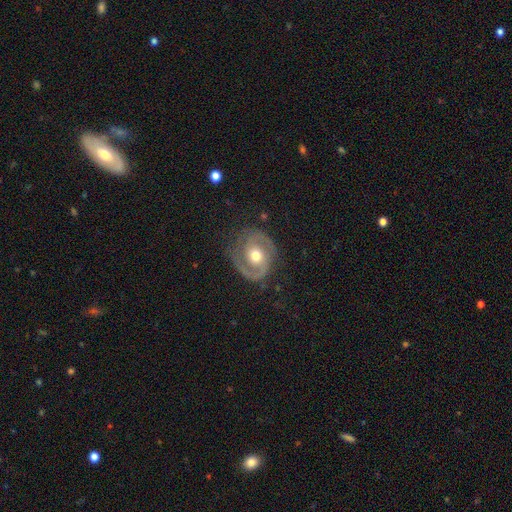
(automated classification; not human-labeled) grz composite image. It shows a featured or disk galaxy (86%) with no bar (65%), 2 (87%) medium (47%) spiral arms (95%) and a moderate central bulge (76%). Merging: none (77%).